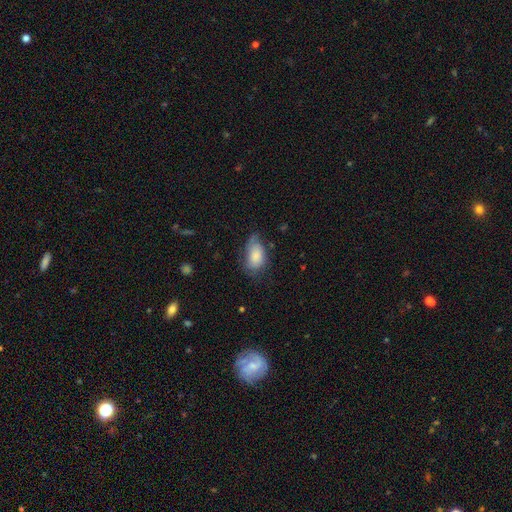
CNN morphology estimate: Smooth or featured?
  - smooth: 77% *
  - featured or disk: 16%
  - star or artifact: 7%
How rounded?
  - in between: 92% *
  - round: 6%
  - cigar-shaped: 2%
Merging?
  - none: 47% *
  - minor disturbance: 36%
  - major disturbance: 15%
  - merger: 2%